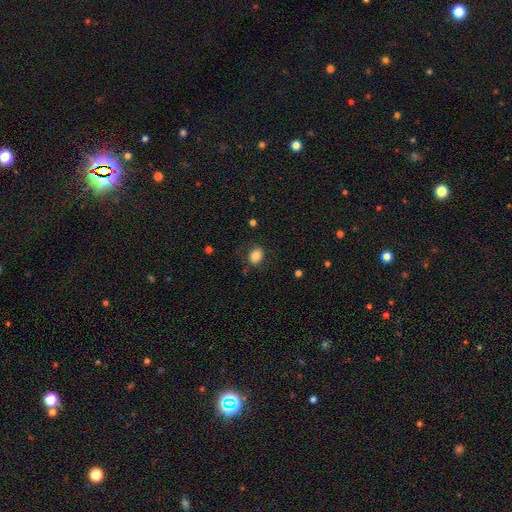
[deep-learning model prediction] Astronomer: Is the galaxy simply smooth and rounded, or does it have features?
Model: smooth — 81%.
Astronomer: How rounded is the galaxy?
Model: round — 56% (runner-up: in between, 43%).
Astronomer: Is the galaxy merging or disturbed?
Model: none — 81%.